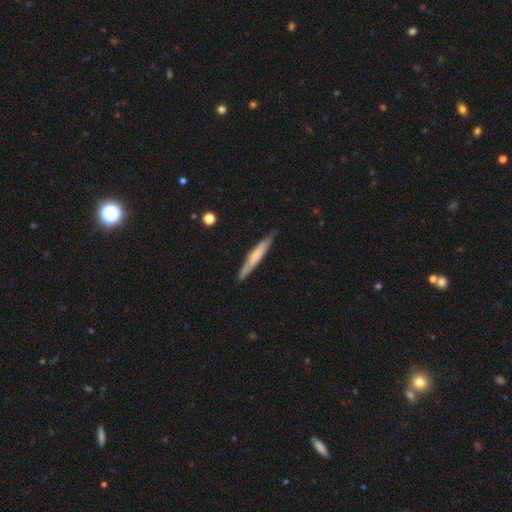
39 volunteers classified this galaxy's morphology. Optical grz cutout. It shows a smooth galaxy with no disk features (56%) that is cigar-shaped (91%). Merging: none (82%).